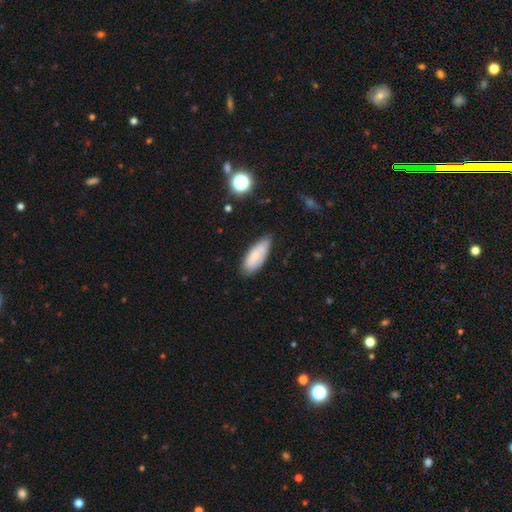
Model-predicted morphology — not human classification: type=smooth (58%); roundness=in between (82%); merging=none (66%).